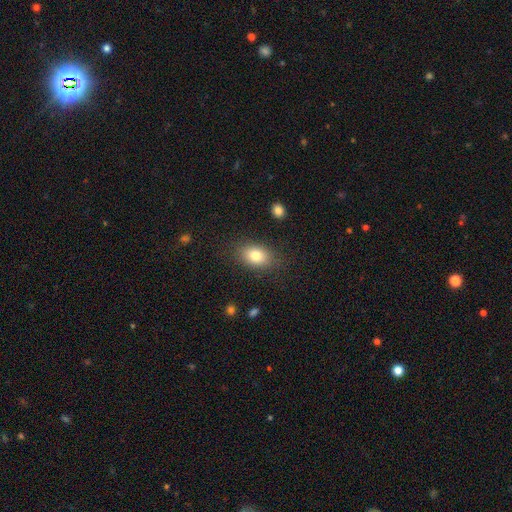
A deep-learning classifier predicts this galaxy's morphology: A smooth galaxy with no disk features (80%) that is in between round and cigar-shaped (80%). Merging: none (83%).